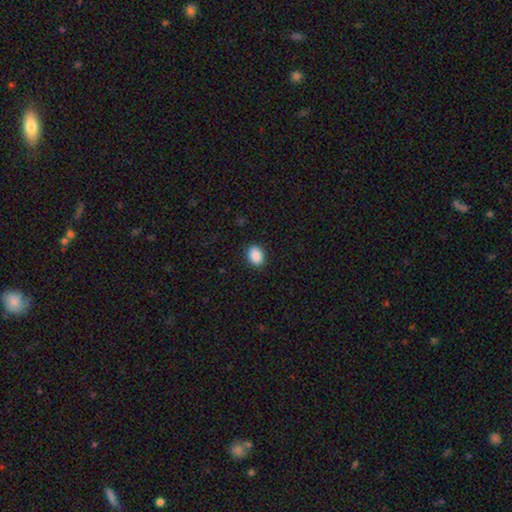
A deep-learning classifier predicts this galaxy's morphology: smooth 89%, star or artifact 8%, featured or disk 3%. Down the decision tree: how rounded — in between (70%); merging — none (88%).